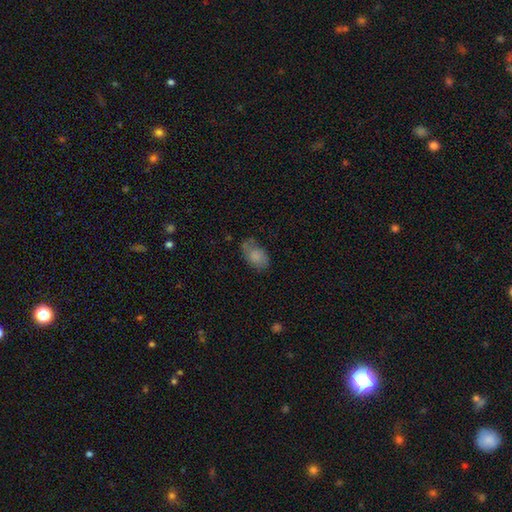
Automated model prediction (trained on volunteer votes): A smooth galaxy with no disk features (78%) that is in between round and cigar-shaped (90%). Merging: none (56%).